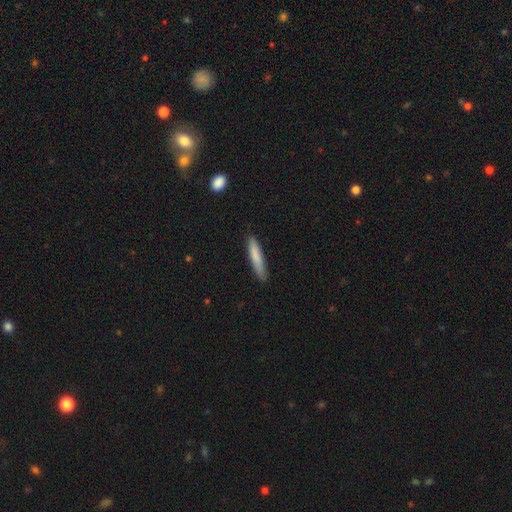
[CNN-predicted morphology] smooth_or_featured: smooth (p=0.80) [alt: featured or disk p=0.15]
how_rounded: cigar-shaped (p=0.91) [alt: in between p=0.08]
merging: none (p=0.85) [alt: minor disturbance p=0.12]